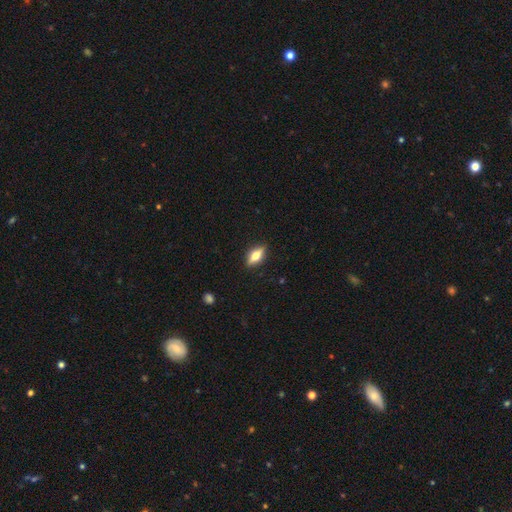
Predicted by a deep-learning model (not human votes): This is possibly a featured or disk galaxy (47%). Merging: clearly none (87%).